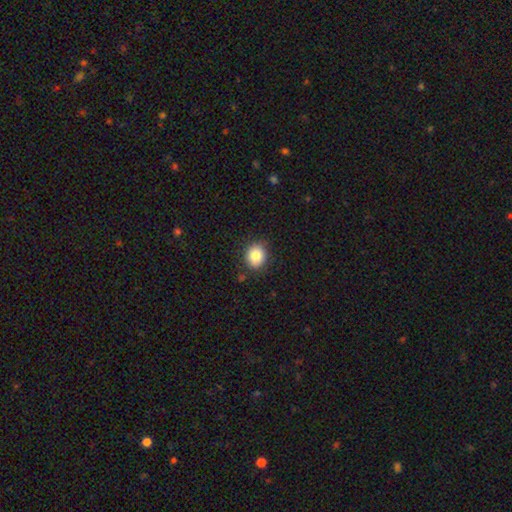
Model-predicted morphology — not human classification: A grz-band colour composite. It shows a smooth galaxy with no disk features (84%) that is round (73%). Merging: none (87%).